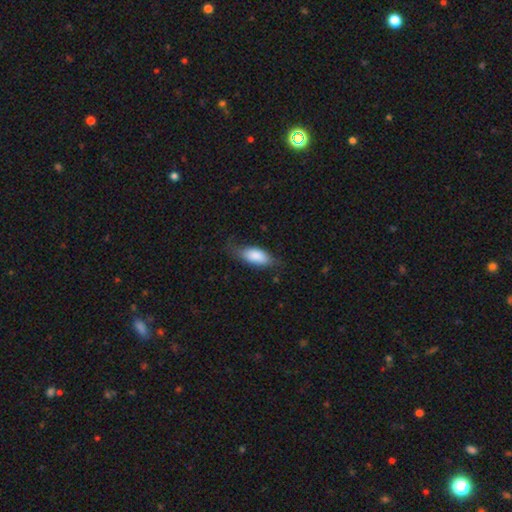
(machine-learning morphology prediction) Overall: smooth (82%). How rounded: in between (88%). Merging: none (59%; minor disturbance 29%).